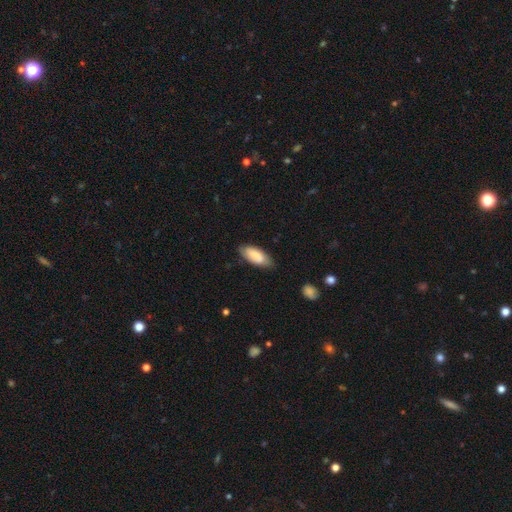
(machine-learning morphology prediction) Overall: smooth (80%). How rounded: in between (84%). Merging: none (76%).